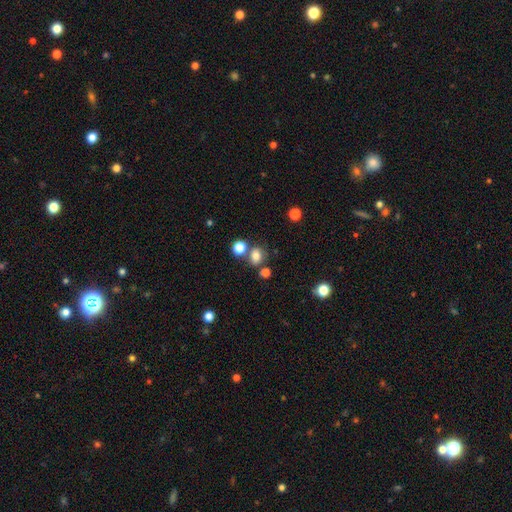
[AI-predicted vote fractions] This appears to be a smooth galaxy with no disk features (77%) that is round (58%). Merging: none (63%).